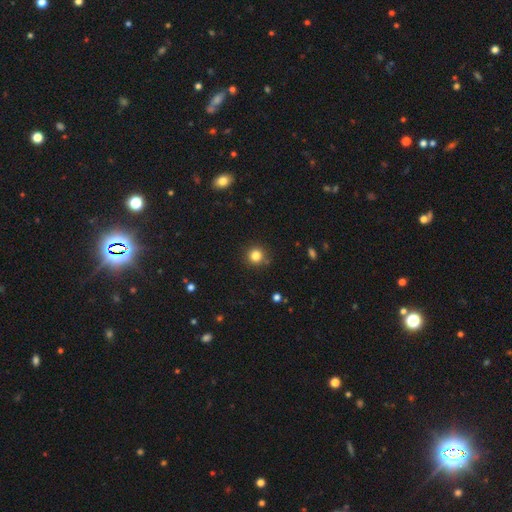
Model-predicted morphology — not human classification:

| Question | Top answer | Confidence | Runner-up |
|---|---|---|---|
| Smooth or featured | smooth | 83% | star or artifact (13%) |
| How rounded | round | 94% | in between (5%) |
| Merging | none | 87% | minor disturbance (8%) |